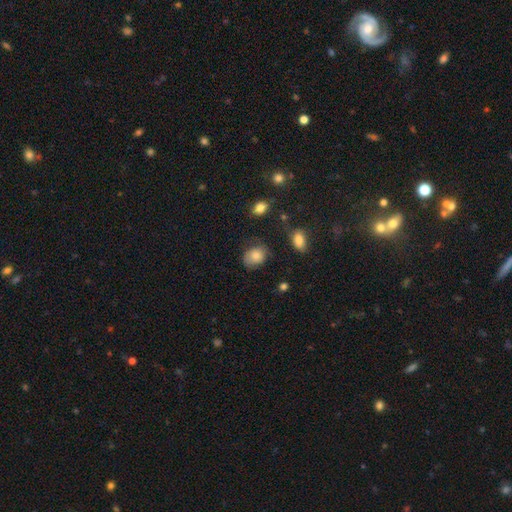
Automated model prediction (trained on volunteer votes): Overall: smooth (79%). How rounded: in between (57%; round 42%). Merging: none (56%; minor disturbance 31%).